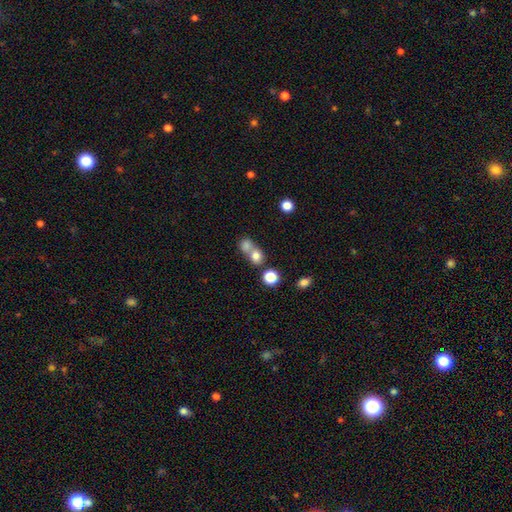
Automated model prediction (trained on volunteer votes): Smooth or featured? smooth (76%)
How rounded? round (74%)
Merging? merger (57%)